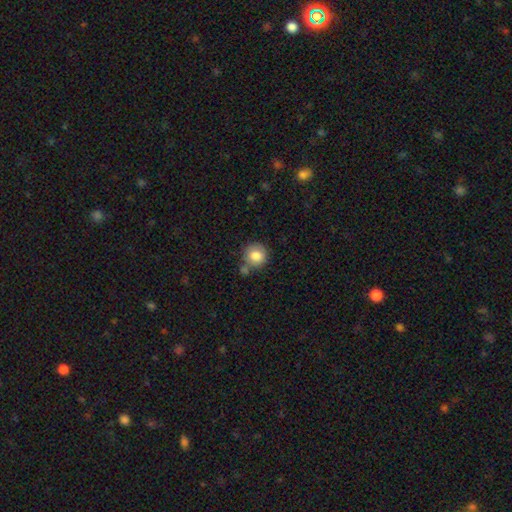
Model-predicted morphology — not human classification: Q: Smooth or featured?
A: smooth (82%); runner-up: featured or disk (9%)
Q: How rounded?
A: round (90%); runner-up: in between (9%)
Q: Merging?
A: none (66%); runner-up: minor disturbance (16%)